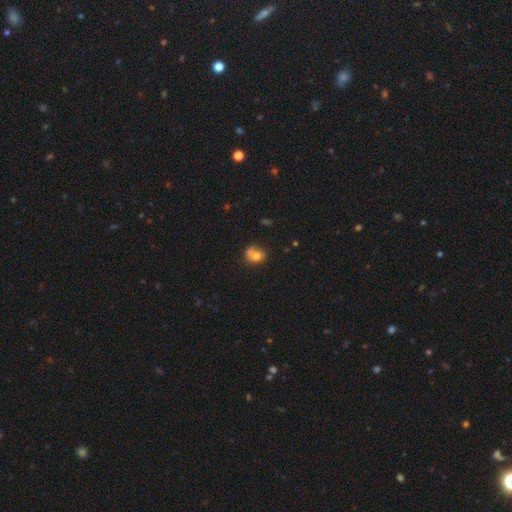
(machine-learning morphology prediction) smooth 70%, featured or disk 19%, star or artifact 11%. Down the decision tree: how rounded — round (62%); merging — none (38%).